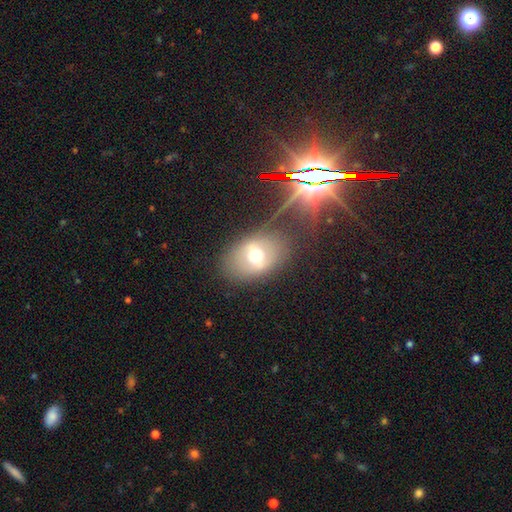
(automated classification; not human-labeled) smooth_or_featured: smooth (p=0.48) [alt: featured or disk p=0.40]
merging: none (p=0.77) [alt: minor disturbance p=0.13]